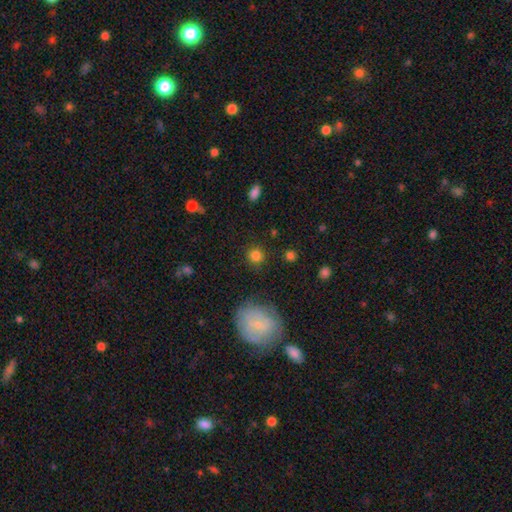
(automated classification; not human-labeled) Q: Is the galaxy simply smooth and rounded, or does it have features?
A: smooth — 82%.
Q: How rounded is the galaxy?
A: round — 91%.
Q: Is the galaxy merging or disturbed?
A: none — 86%.